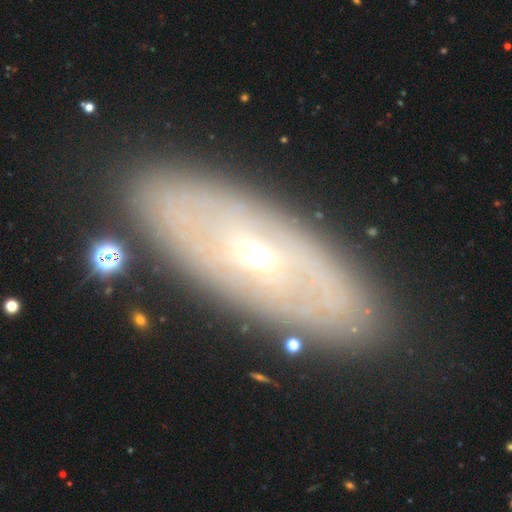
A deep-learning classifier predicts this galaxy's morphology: smooth-or-featured: featured or disk: 69% | smooth: 23% | star or artifact: 8%
  disk-edge-on: no: 80% | yes: 20%
    bar: no: 68% | weak: 24% | strong: 8%
    has-spiral-arms: yes: 56% | no: 44%
    bulge-size: small: 56% | moderate: 40% | large: 2% | dominant: 1% | none: 1%
  merging: none: 86% | minor disturbance: 9% | major disturbance: 3% | merger: 2%